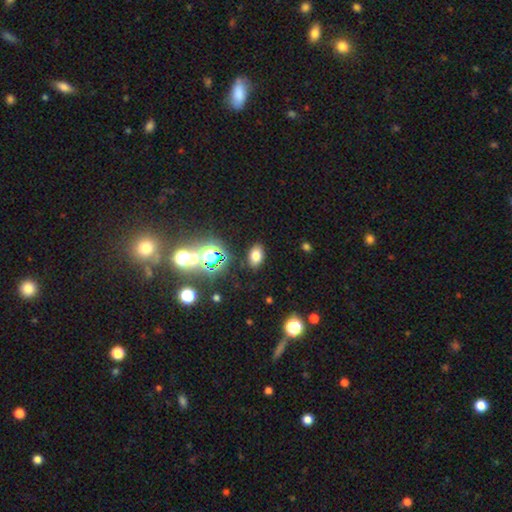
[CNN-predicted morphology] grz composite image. It shows a smooth galaxy with no disk features (72%) that is in between round and cigar-shaped (87%). Merging: none (87%).